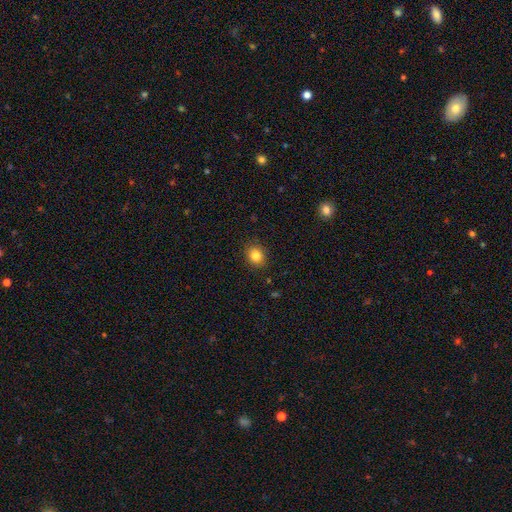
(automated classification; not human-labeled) smooth 83%, star or artifact 11%, featured or disk 6%. Down the decision tree: how rounded — round (67%); merging — none (89%).